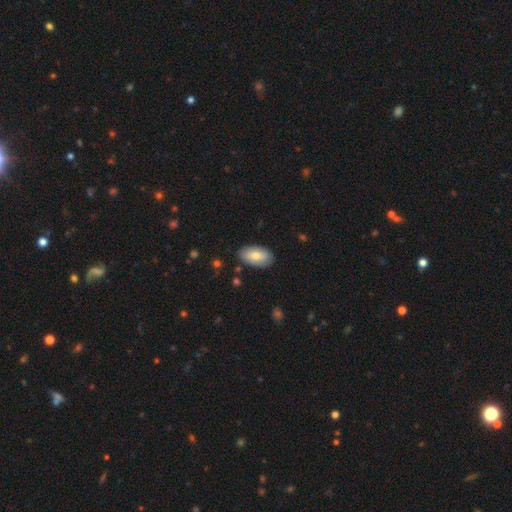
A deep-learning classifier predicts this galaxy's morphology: Smooth or featured?
  - smooth: 73% *
  - featured or disk: 21%
  - star or artifact: 6%
How rounded?
  - in between: 95% *
  - round: 3%
  - cigar-shaped: 2%
Merging?
  - none: 85% *
  - minor disturbance: 11%
  - major disturbance: 2%
  - merger: 1%